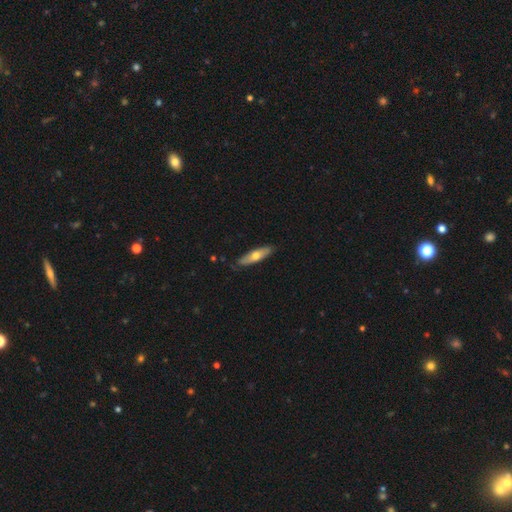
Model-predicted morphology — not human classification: This is possibly a smooth galaxy (57%). How rounded: likely cigar-shaped (65%). Merging: clearly none (82%).